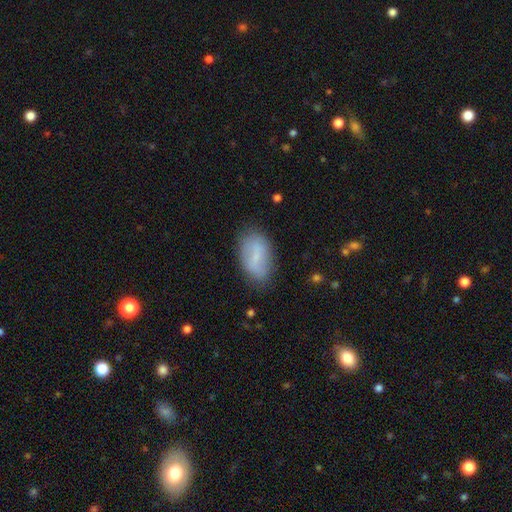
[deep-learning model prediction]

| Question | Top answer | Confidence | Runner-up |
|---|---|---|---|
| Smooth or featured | smooth | 56% | featured or disk (35%) |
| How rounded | in between | 92% | round (4%) |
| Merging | none | 78% | minor disturbance (16%) |